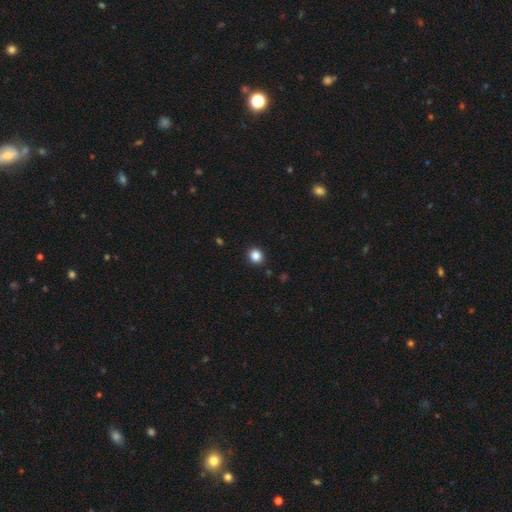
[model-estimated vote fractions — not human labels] The model was most divided on "how rounded": round: 82%, in between: 17%, cigar-shaped: 1%. More confident: merging — none (91%); smooth or featured — smooth (86%).